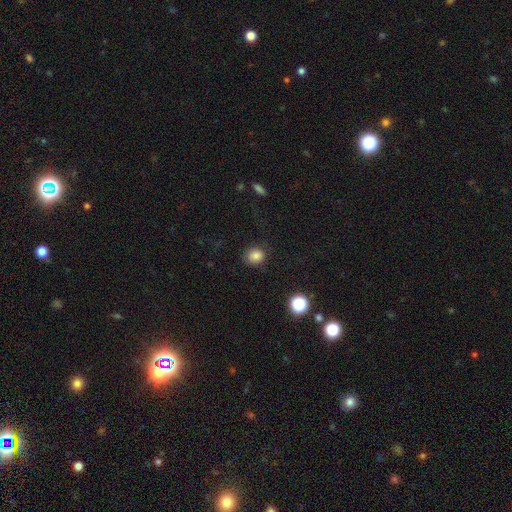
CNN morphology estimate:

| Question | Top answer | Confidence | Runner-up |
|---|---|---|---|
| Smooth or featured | smooth | 82% | star or artifact (12%) |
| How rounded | round | 77% | in between (22%) |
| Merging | none | 81% | minor disturbance (13%) |